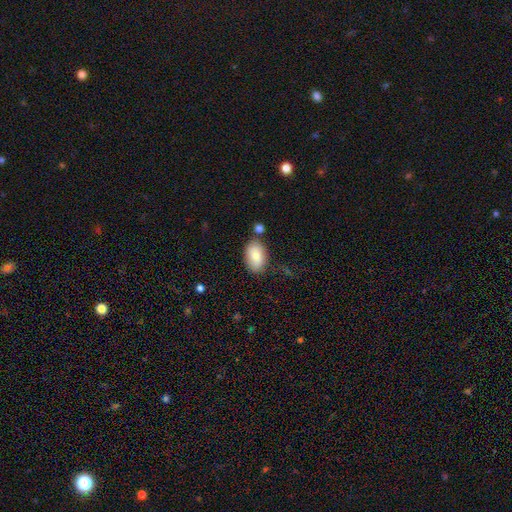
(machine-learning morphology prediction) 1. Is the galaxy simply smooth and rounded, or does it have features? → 82% smooth, 11% featured or disk, 7% star or artifact.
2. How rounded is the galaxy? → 92% in between, 6% round, 1% cigar-shaped.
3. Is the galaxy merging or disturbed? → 75% none, 15% minor disturbance, 7% merger, 4% major disturbance.